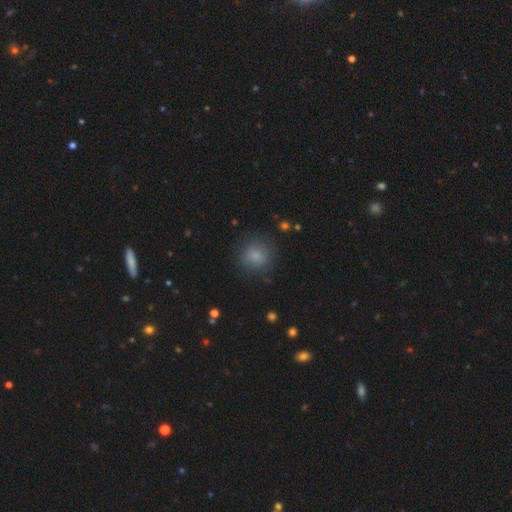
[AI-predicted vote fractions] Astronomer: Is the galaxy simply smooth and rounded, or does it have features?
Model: smooth — 84%.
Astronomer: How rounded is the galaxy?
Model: round — 87%.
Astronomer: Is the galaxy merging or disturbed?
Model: none — 84%.